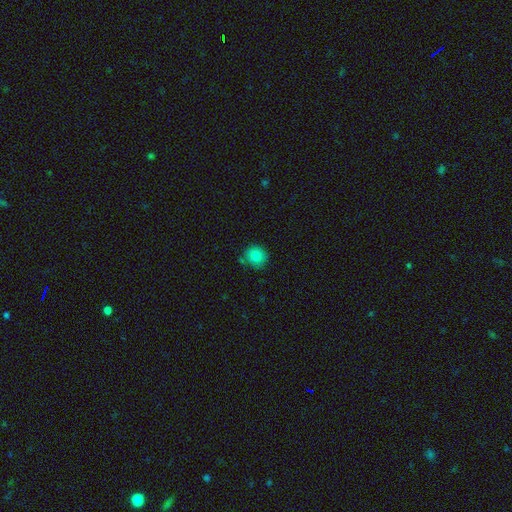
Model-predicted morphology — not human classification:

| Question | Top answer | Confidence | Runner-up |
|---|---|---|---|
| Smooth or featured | smooth | 82% | star or artifact (10%) |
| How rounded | round | 86% | in between (13%) |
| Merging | none | 79% | minor disturbance (12%) |